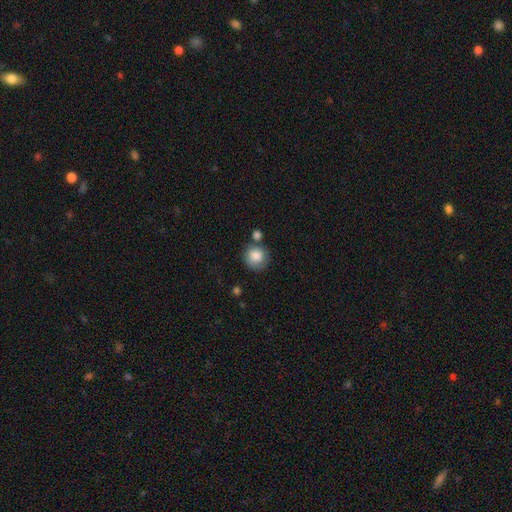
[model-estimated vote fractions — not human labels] Smooth or featured? smooth (79%)
How rounded? round (88%)
Merging? none (63%)